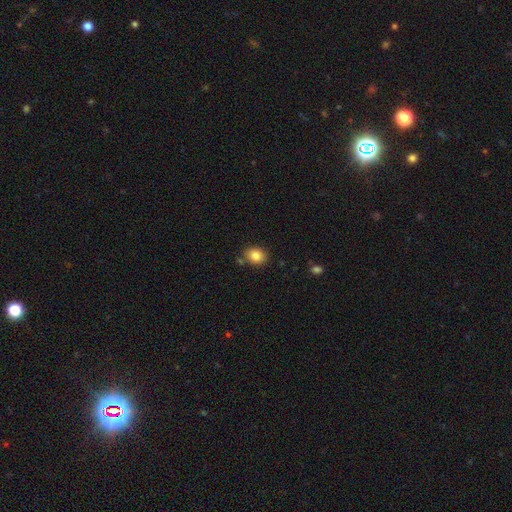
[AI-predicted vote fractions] Overall: smooth (85%). How rounded: round (56%; in between 43%). Merging: none (81%).